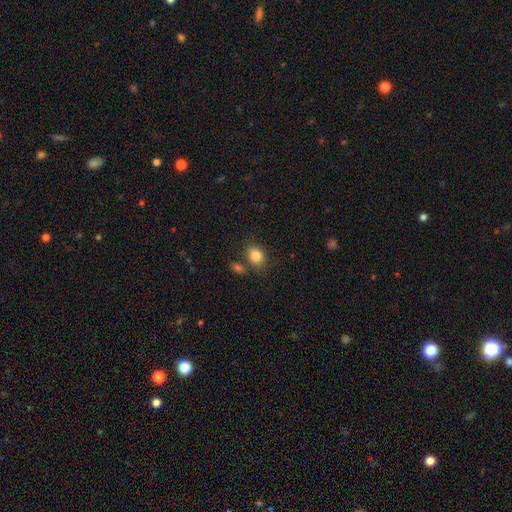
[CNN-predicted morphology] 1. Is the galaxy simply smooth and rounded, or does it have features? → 84% smooth, 9% star or artifact, 7% featured or disk.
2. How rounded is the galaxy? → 53% in between, 46% round, 1% cigar-shaped.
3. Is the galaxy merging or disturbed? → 73% none, 12% minor disturbance, 11% merger, 4% major disturbance.